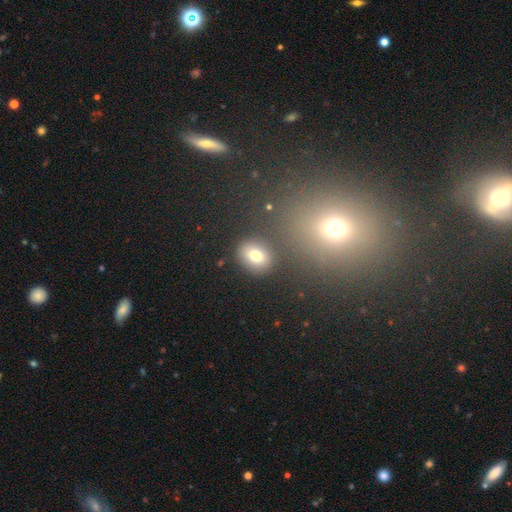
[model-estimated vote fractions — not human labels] Smooth or featured: smooth — 73% (star or artifact — 14%)
How rounded: round — 50% (in between — 49%)
Merging: none — 83% (minor disturbance — 9%)